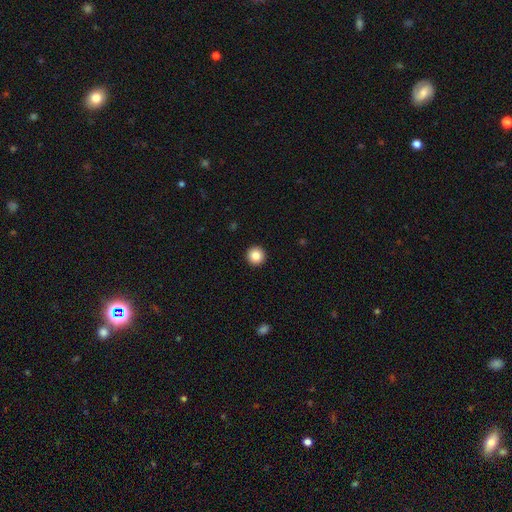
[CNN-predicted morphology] type=smooth (86%); roundness=round (97%); merging=none (94%).